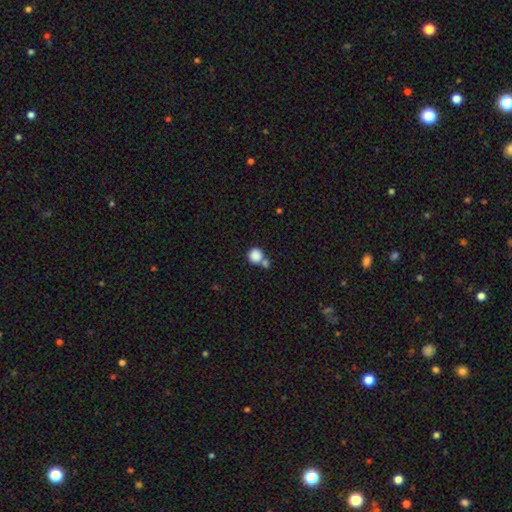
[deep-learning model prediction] smooth_or_featured: smooth (p=0.86) [alt: star or artifact p=0.09]
how_rounded: round (p=0.89) [alt: in between p=0.10]
merging: none (p=0.50) [alt: merger p=0.37]